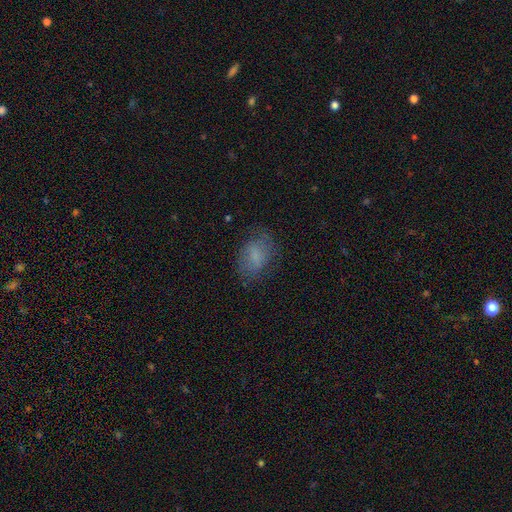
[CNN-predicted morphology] Smooth or featured?
  - smooth: 67% *
  - featured or disk: 23%
  - star or artifact: 10%
How rounded?
  - in between: 80% *
  - round: 18%
  - cigar-shaped: 2%
Merging?
  - none: 65% *
  - minor disturbance: 21%
  - major disturbance: 12%
  - merger: 1%